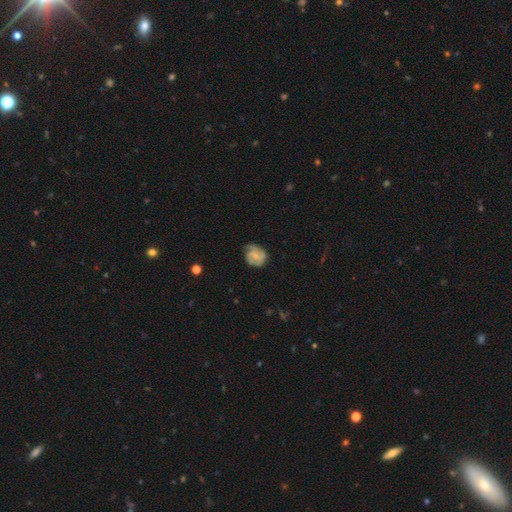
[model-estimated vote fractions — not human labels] Morphology: type=featured or disk (62%); edge-on=no (98%); bar=no (49%); spiral arms=yes (89%); winding=tight (45%); arm count=2 (44%); bulge=small (53%); merging=none (62%).